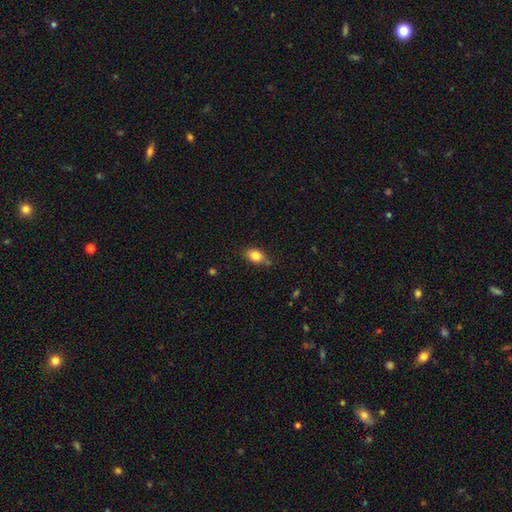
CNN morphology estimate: smooth 82%, featured or disk 9%, star or artifact 9%. Down the decision tree: how rounded — in between (76%); merging — none (69%).